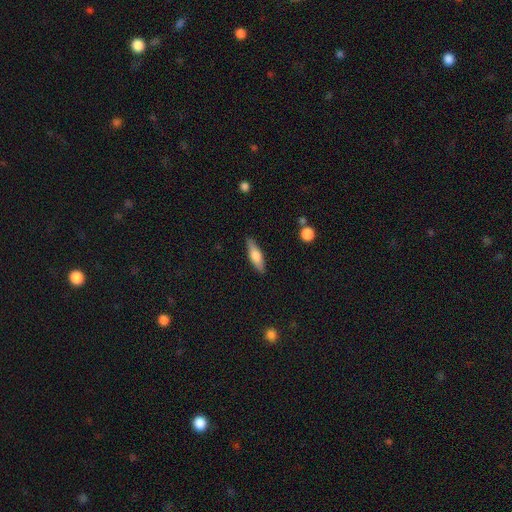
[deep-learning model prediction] smooth_or_featured: smooth (p=0.58) [alt: featured or disk p=0.36]
how_rounded: cigar-shaped (p=0.58) [alt: in between p=0.39]
merging: none (p=0.87) [alt: minor disturbance p=0.09]